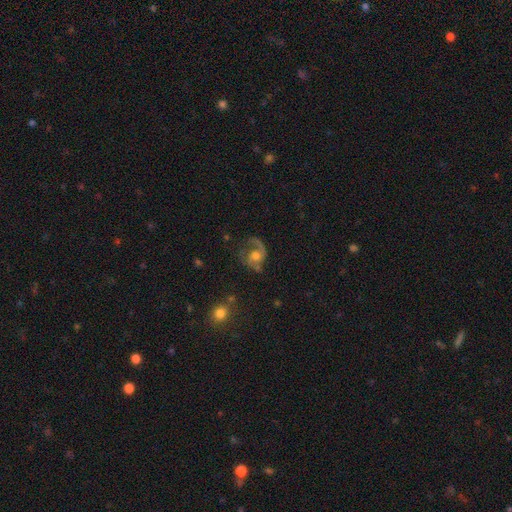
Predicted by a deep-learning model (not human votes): Q: Smooth or featured?
A: featured or disk (77%); runner-up: smooth (16%)
Q: Edge-on disk?
A: no (98%); runner-up: yes (2%)
Q: Bar?
A: no (67%); runner-up: weak (27%)
Q: Spiral arms?
A: yes (92%); runner-up: no (8%)
Q: Spiral winding?
A: medium (48%); runner-up: loose (34%)
Q: Spiral arm count?
A: 2 (59%); runner-up: 1 (33%)
Q: Bulge size?
A: moderate (60%); runner-up: small (18%)
Q: Merging?
A: none (52%); runner-up: major disturbance (25%)